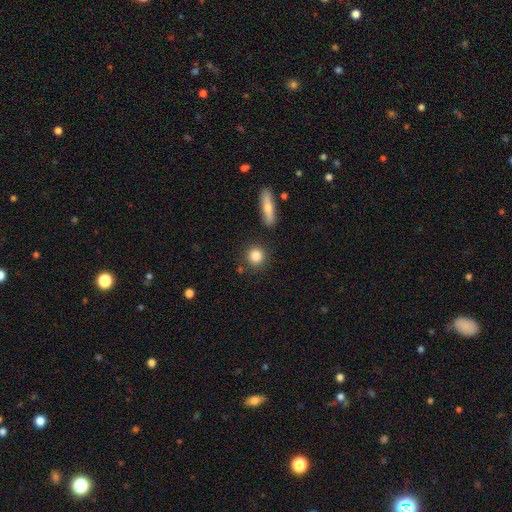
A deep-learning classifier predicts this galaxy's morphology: A smooth galaxy with no disk features (85%) that is round (86%).

Vote fractions:
- Smooth or featured? smooth: 85% / star or artifact: 8% / featured or disk: 7%
- How rounded? round: 86% / in between: 11% / cigar-shaped: 3%
- Merging? none: 84% / minor disturbance: 8% / merger: 5% / major disturbance: 3%